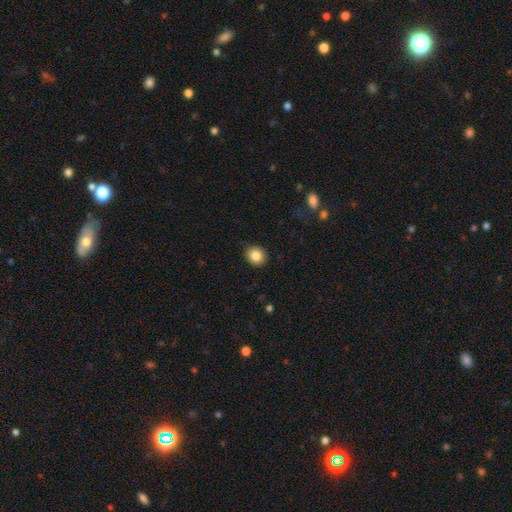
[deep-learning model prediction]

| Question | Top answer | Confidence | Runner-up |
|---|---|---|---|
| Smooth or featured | smooth | 84% | star or artifact (9%) |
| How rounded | round | 76% | in between (23%) |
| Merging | none | 89% | minor disturbance (8%) |